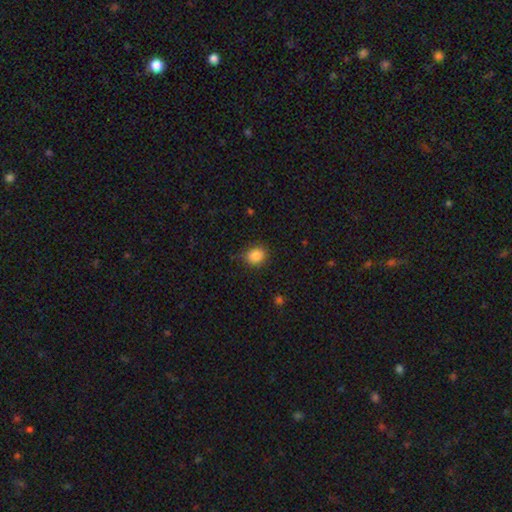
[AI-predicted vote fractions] A smooth galaxy with no disk features (86%) that is round (64%). Merging: none (78%).